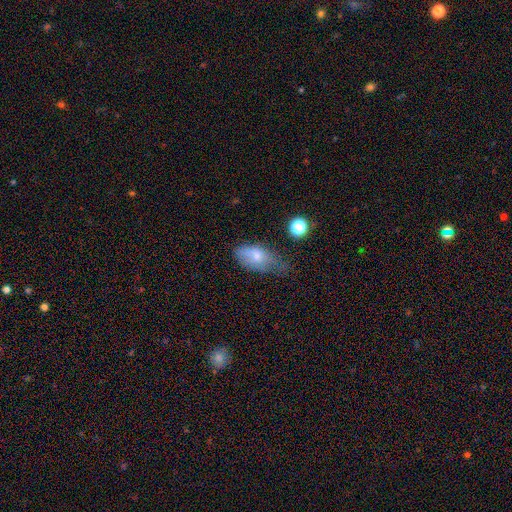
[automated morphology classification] This is likely a smooth galaxy (71%). How rounded: clearly in between (89%). Merging: marginally minor disturbance (41%).